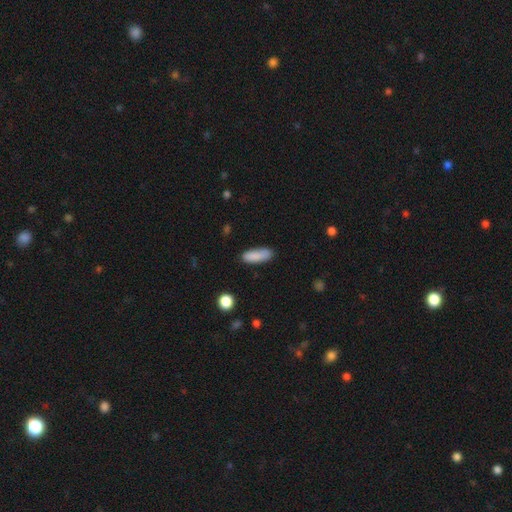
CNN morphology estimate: The model was most divided on "how rounded": in between: 60%, cigar-shaped: 38%, round: 2%. More confident: smooth or featured — smooth (87%); merging — none (77%).